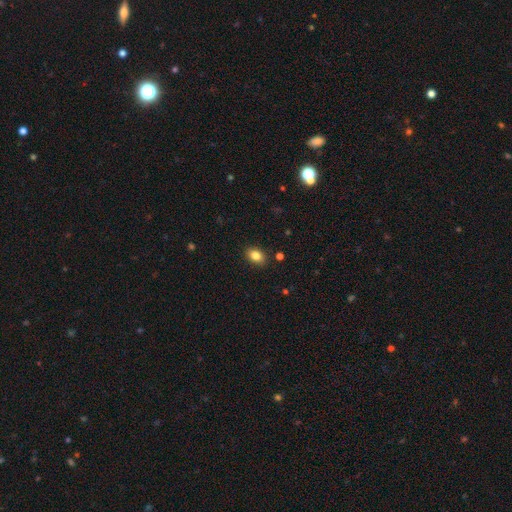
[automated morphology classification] smooth_or_featured: smooth (p=0.84) [alt: star or artifact p=0.09]
how_rounded: in between (p=0.80) [alt: round p=0.19]
merging: none (p=0.88) [alt: minor disturbance p=0.08]